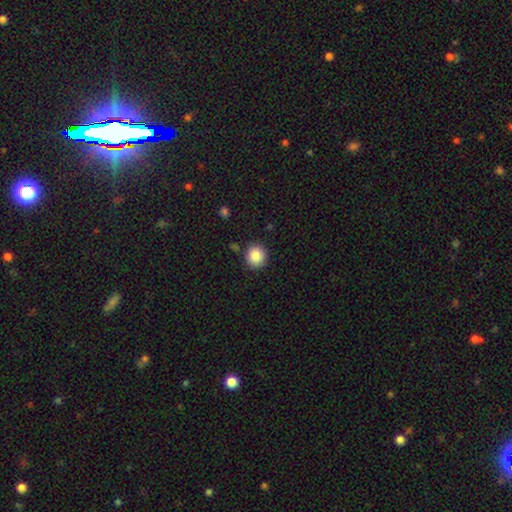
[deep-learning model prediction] A smooth galaxy with no disk features (86%) that is round (87%).

Vote fractions:
- Smooth or featured? smooth: 86% / star or artifact: 9% / featured or disk: 5%
- How rounded? round: 87% / in between: 12% / cigar-shaped: 1%
- Merging? none: 87% / minor disturbance: 8% / merger: 2% / major disturbance: 2%